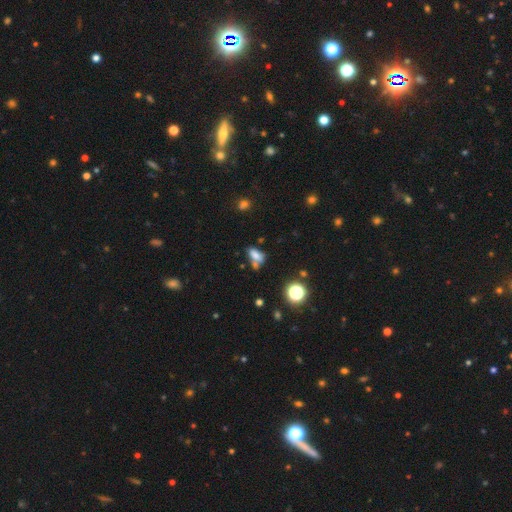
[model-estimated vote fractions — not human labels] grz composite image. It shows a smooth galaxy with no disk features (67%) that is in between round and cigar-shaped (83%). Merging: none (40%).